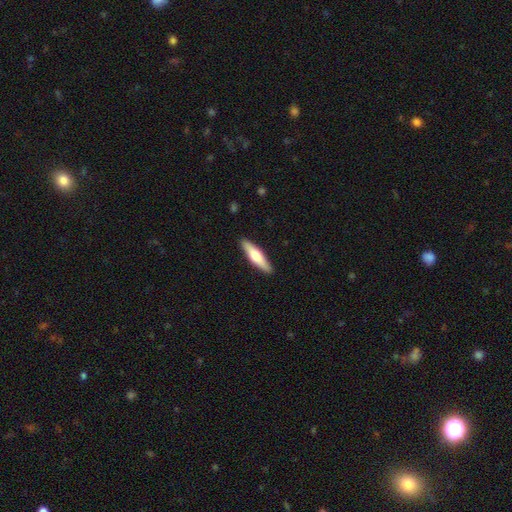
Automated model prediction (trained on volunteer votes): This appears to be a smooth galaxy with no disk features (56%) that is cigar-shaped (76%). Merging: none (91%).